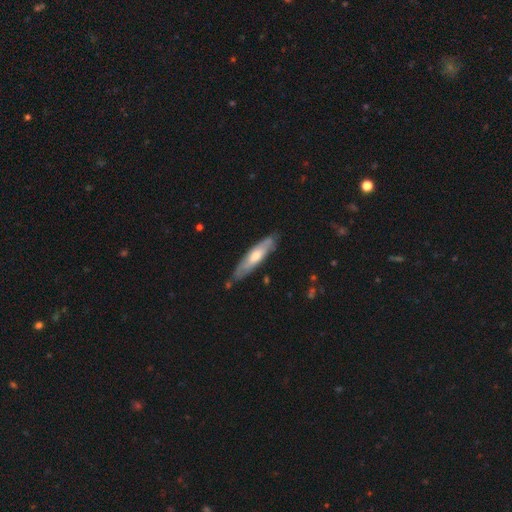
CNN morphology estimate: A featured or disk galaxy (55%) viewed edge-on (57%).

Vote fractions:
- Smooth or featured? featured or disk: 55% / smooth: 39% / star or artifact: 5%
- Edge-on disk? yes: 57% / no: 43%
- Merging? none: 78% / minor disturbance: 17% / major disturbance: 3% / merger: 2%